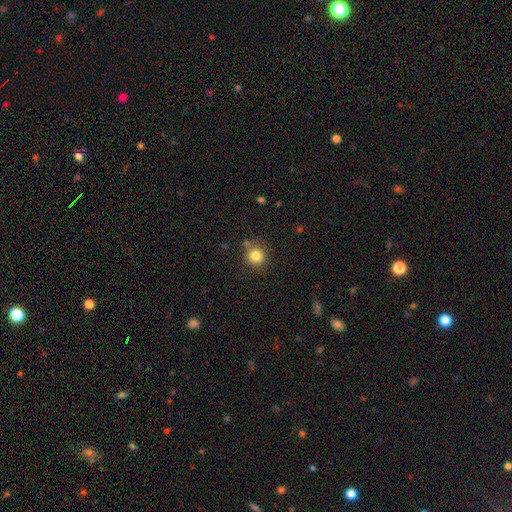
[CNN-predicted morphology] This appears to be a smooth galaxy with no disk features (82%) that is round (92%). Merging: none (80%).